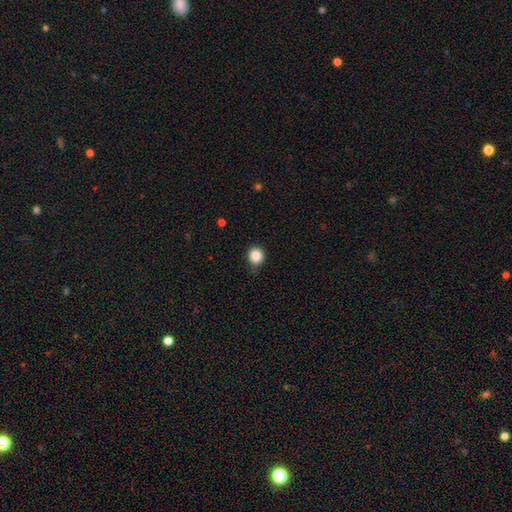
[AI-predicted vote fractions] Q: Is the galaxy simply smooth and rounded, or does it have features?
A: smooth — 86%.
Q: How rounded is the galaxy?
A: round — 87%.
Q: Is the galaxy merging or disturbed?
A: none — 81%.